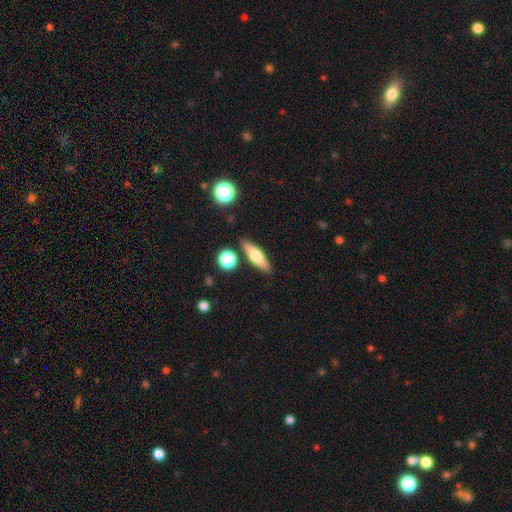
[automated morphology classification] Smooth or featured? Predicted: smooth (p=0.54). How rounded? Predicted: cigar-shaped (p=0.55). Merging? Predicted: none (p=0.83).